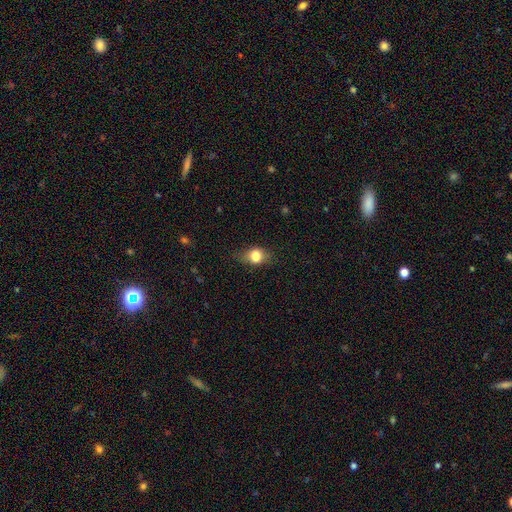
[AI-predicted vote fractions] Morphology: type=smooth (74%); roundness=in between (67%); merging=none (72%).